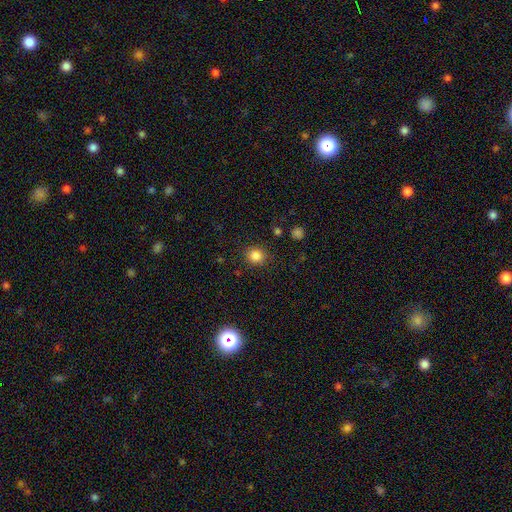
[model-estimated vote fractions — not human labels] This appears to be a smooth galaxy with no disk features (84%) that is round (86%). Merging: none (87%).